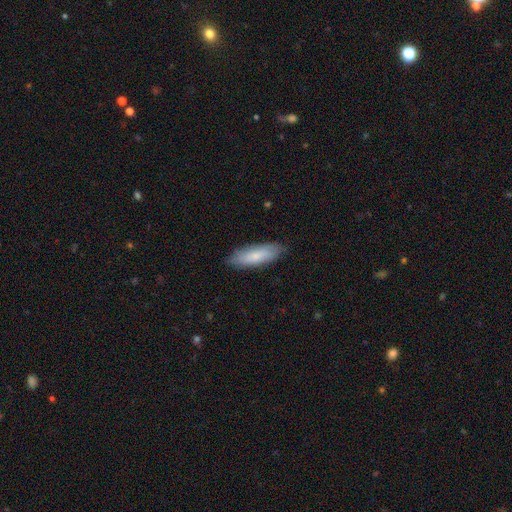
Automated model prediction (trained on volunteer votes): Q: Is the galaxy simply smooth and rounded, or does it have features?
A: smooth — 74%.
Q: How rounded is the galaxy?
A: in between — 53%.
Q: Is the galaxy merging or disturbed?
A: none — 83%.